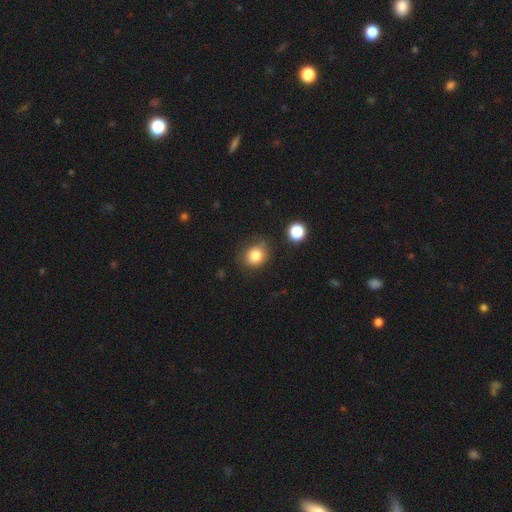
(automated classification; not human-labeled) Smooth or featured: smooth — 83% (star or artifact — 11%)
How rounded: round — 75% (in between — 24%)
Merging: none — 74% (minor disturbance — 17%)